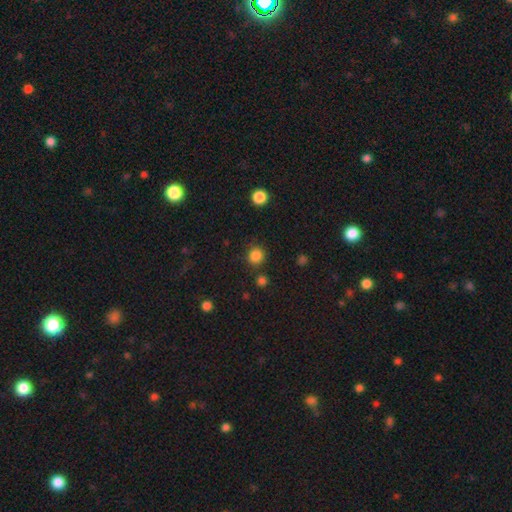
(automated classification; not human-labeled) Morphology: type=smooth (84%); roundness=round (91%); merging=none (85%).